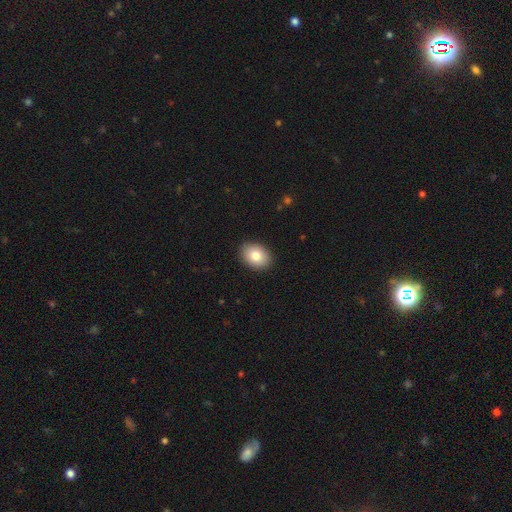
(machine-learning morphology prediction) This is clearly a smooth galaxy (82%). How rounded: likely in between (69%). Merging: clearly none (90%).